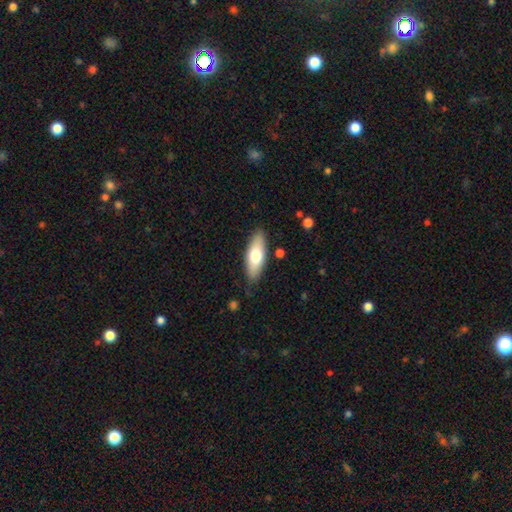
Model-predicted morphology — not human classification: Smooth or featured: smooth — 68% (featured or disk — 27%)
How rounded: in between — 66% (cigar-shaped — 32%)
Merging: none — 85% (minor disturbance — 11%)